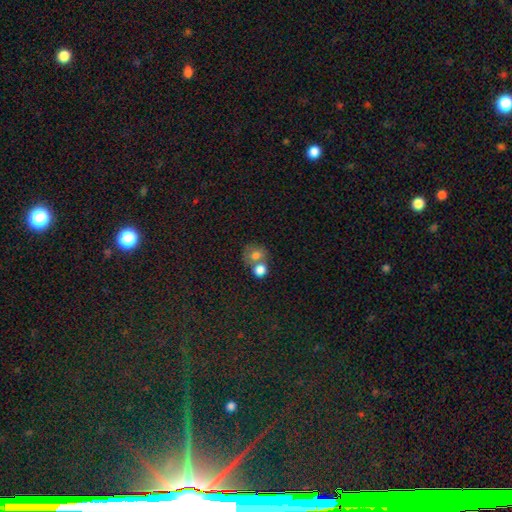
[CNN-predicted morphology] Q: Smooth or featured?
A: smooth (75%); runner-up: featured or disk (14%)
Q: How rounded?
A: round (66%); runner-up: in between (33%)
Q: Merging?
A: merger (48%); runner-up: none (36%)